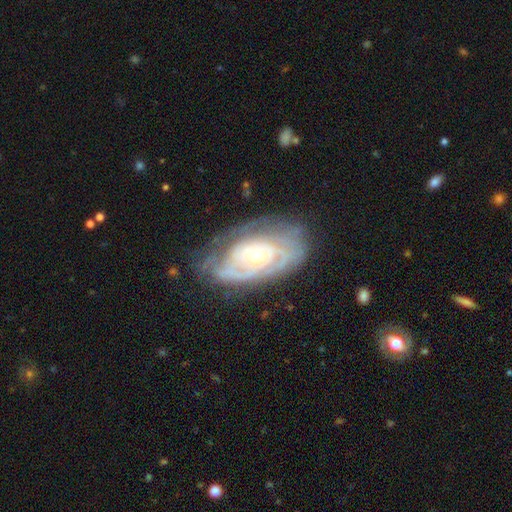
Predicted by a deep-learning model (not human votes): Q: Smooth or featured?
A: featured or disk (82%); runner-up: smooth (12%)
Q: Edge-on disk?
A: no (94%); runner-up: yes (6%)
Q: Bar?
A: no (77%); runner-up: weak (19%)
Q: Spiral arms?
A: yes (89%); runner-up: no (11%)
Q: Spiral winding?
A: tight (71%); runner-up: medium (22%)
Q: Spiral arm count?
A: can't tell (48%); runner-up: 2 (21%)
Q: Bulge size?
A: small (57%); runner-up: moderate (38%)
Q: Merging?
A: none (66%); runner-up: minor disturbance (23%)